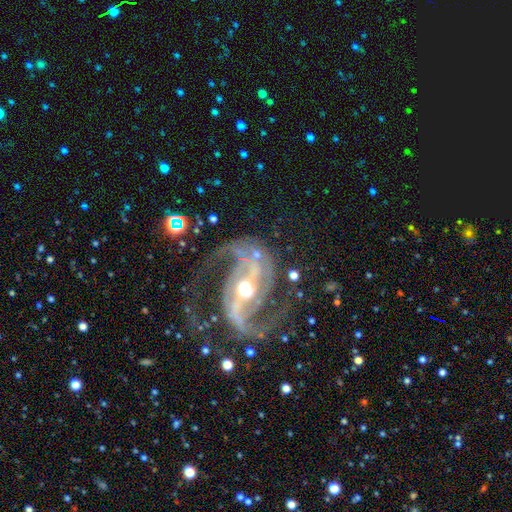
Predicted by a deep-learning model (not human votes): The model was most divided on "bar": strong: 47%, weak: 30%, no: 22%. More confident: spiral arms — yes (98%); edge-on disk — no (98%); smooth or featured — featured or disk (93%); spiral arm count — 2 (89%); bulge size — moderate (68%); merging — none (66%); spiral winding — medium (56%).